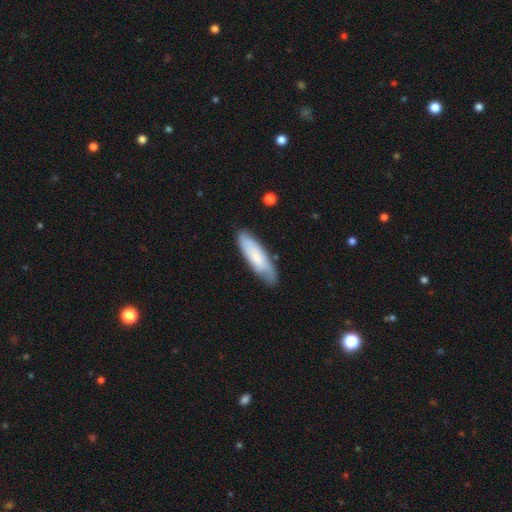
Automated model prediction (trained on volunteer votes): This is likely a smooth galaxy (66%). How rounded: possibly cigar-shaped (56%). Merging: likely none (76%).